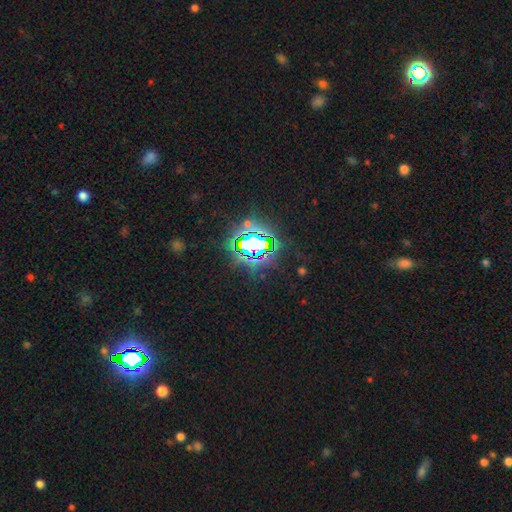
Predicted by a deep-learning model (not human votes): The model was most divided on "smooth or featured": star or artifact: 76%, smooth: 13%, featured or disk: 11%.